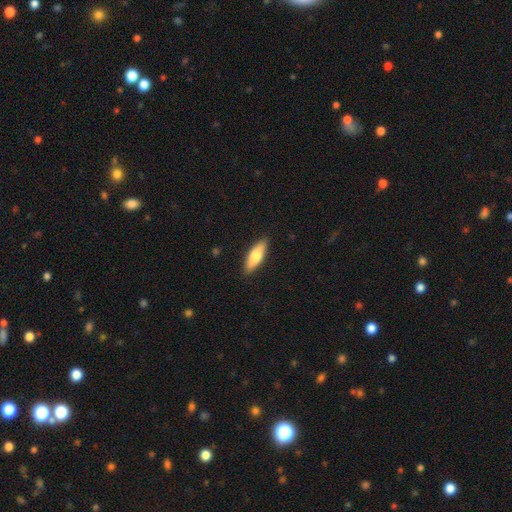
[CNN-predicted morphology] smooth 70%, featured or disk 24%, star or artifact 5%. Down the decision tree: how rounded — in between (52%); merging — none (89%).